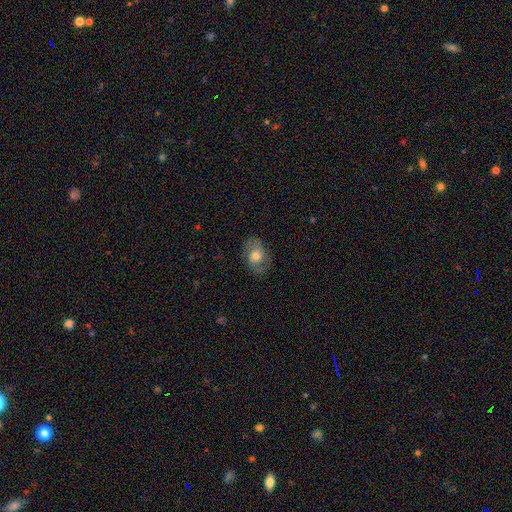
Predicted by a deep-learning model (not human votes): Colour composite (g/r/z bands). It shows a smooth galaxy with no disk features (52%) that is in between round and cigar-shaped (68%). Merging: none (72%).